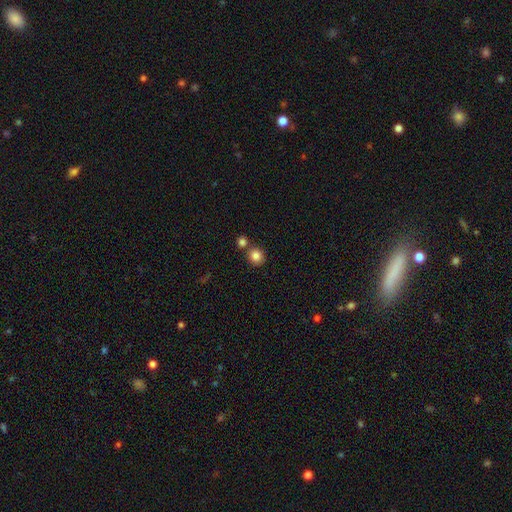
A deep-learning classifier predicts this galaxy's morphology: This is clearly a smooth galaxy (85%). How rounded: clearly round (87%). Merging: likely none (71%).